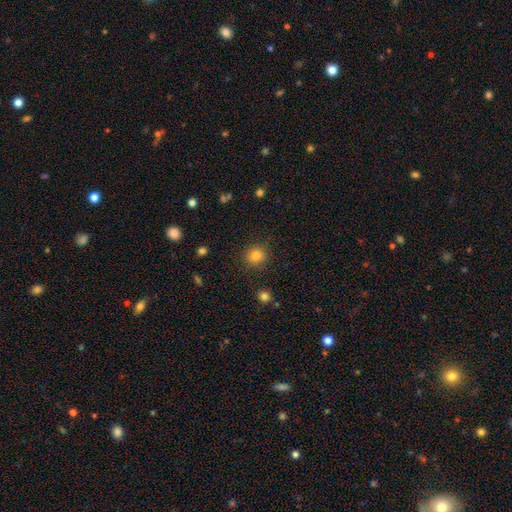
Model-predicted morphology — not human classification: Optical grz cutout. It shows a smooth galaxy with no disk features (82%) that is round (89%). Merging: none (88%).